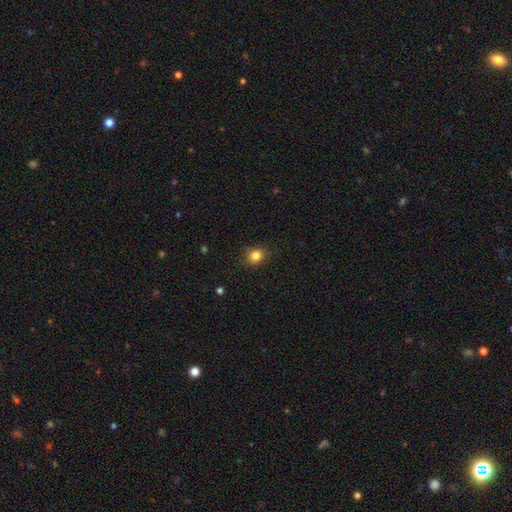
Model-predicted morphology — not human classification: type=smooth (83%); roundness=round (68%); merging=none (86%).